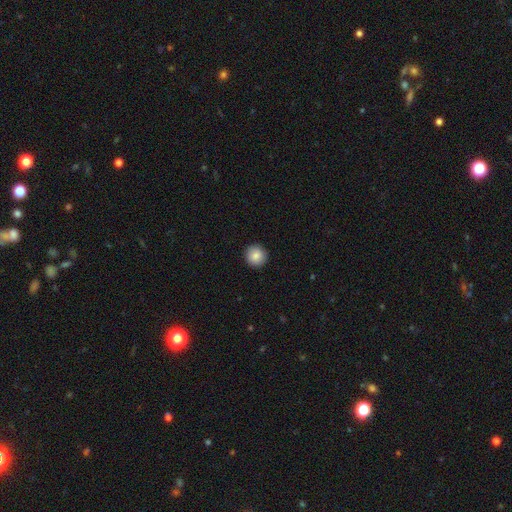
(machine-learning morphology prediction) type=smooth (87%); roundness=round (95%); merging=none (93%).